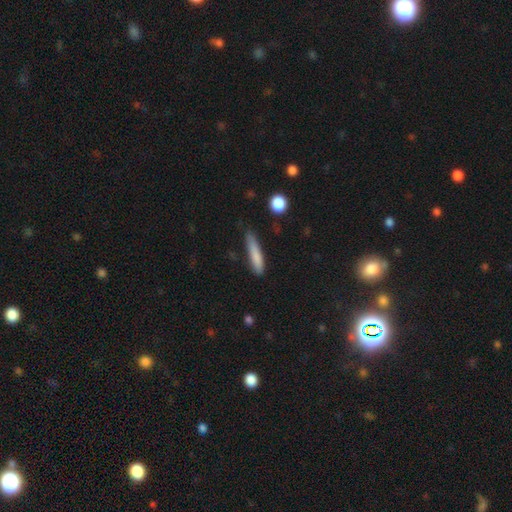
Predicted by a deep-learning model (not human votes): smooth_or_featured: smooth (p=0.80) [alt: featured or disk p=0.13]
how_rounded: cigar-shaped (p=0.87) [alt: in between p=0.11]
merging: none (p=0.68) [alt: minor disturbance p=0.25]